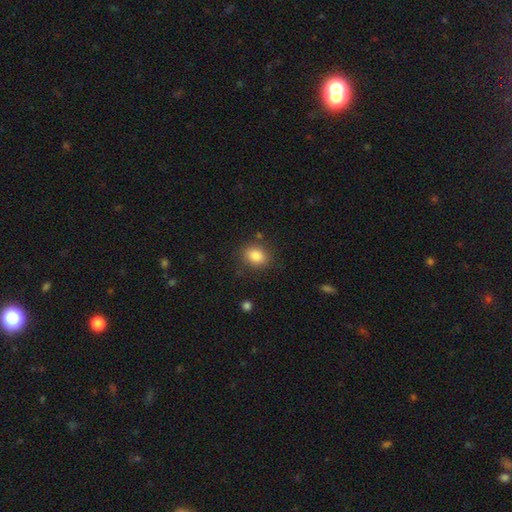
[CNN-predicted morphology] Q: Smooth or featured?
A: smooth (85%); runner-up: star or artifact (9%)
Q: How rounded?
A: in between (56%); runner-up: round (43%)
Q: Merging?
A: none (82%); runner-up: minor disturbance (12%)